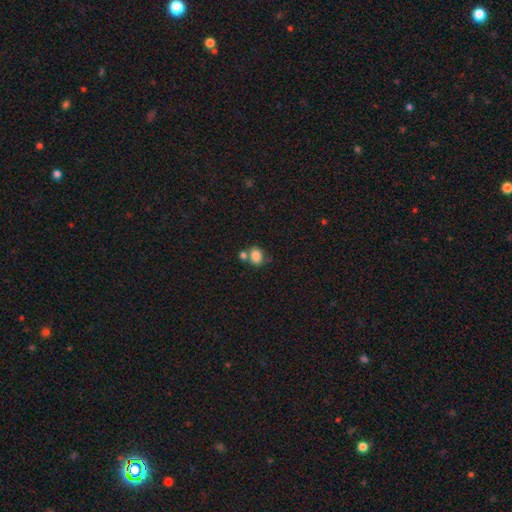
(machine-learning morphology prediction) Overall: smooth (83%). How rounded: in between (53%; round 46%). Merging: none (49%; merger 33%).